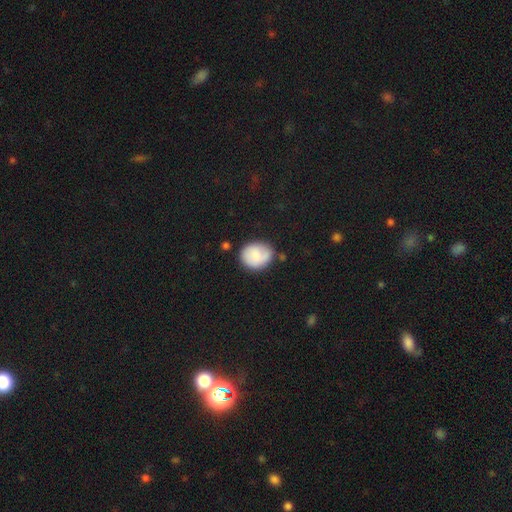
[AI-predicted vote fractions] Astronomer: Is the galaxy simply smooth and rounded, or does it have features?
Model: smooth — 73%.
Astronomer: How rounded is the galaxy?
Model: round — 62%.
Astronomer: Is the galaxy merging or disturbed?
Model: none — 69%.